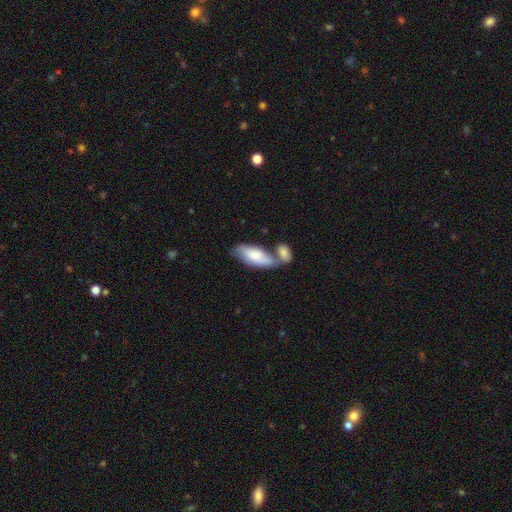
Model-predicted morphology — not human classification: type=smooth (71%); roundness=in between (84%); merging=merger (45%).